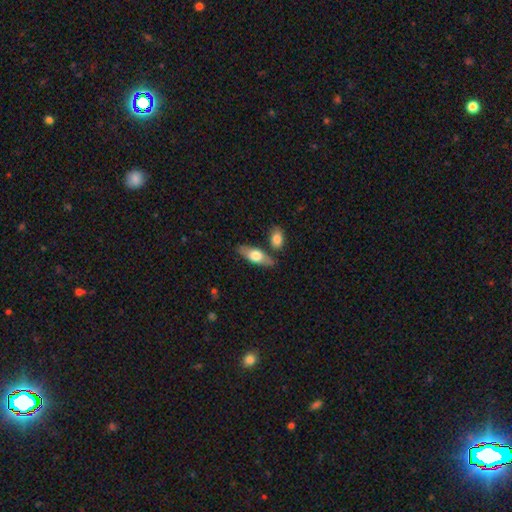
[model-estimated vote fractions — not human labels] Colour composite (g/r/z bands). It shows a smooth galaxy with no disk features (61%) that is in between round and cigar-shaped (68%). Merging: none (74%).